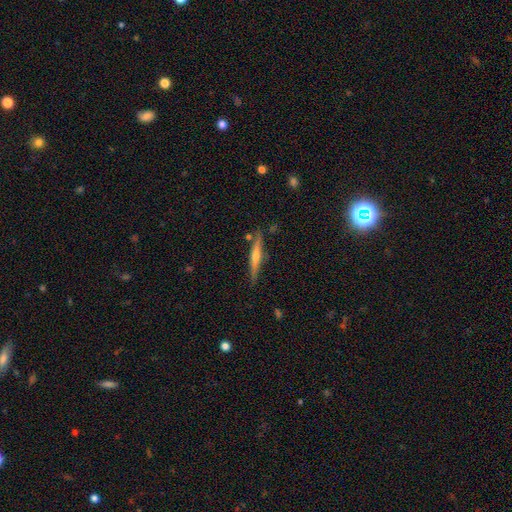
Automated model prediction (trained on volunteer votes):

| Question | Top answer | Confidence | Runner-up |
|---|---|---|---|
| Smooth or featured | featured or disk | 68% | smooth (24%) |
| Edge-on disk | yes | 97% | no (3%) |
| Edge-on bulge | rounded | 75% | none (15%) |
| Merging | none | 86% | minor disturbance (9%) |